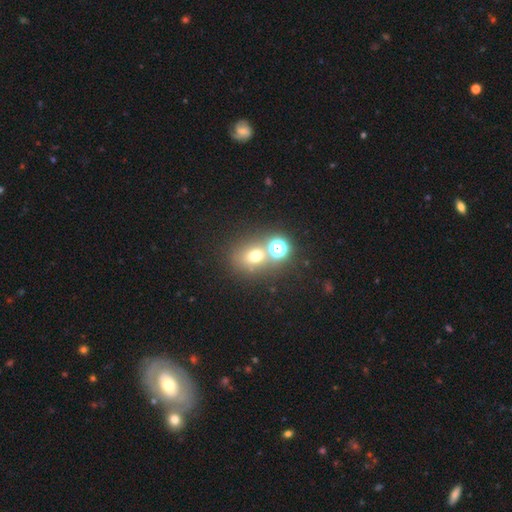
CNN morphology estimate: type=smooth (61%); roundness=round (69%); merging=none (60%).